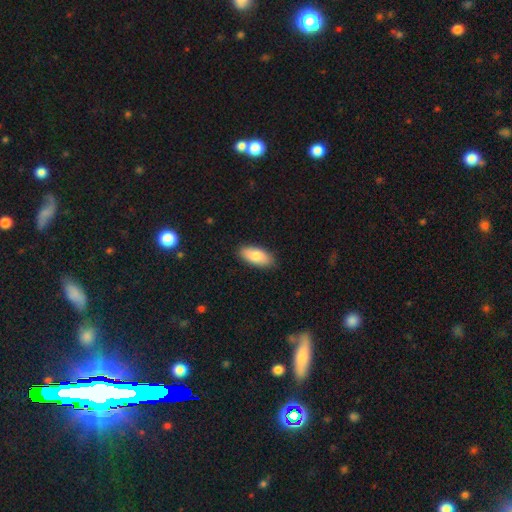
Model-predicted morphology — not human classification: A smooth galaxy with no disk features (84%) that is in between round and cigar-shaped (90%). Merging: none (87%).